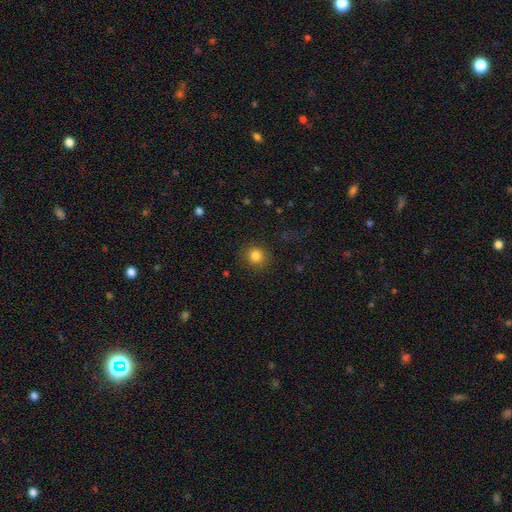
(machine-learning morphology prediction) This appears to be a smooth galaxy with no disk features (83%) that is round (89%). Merging: none (88%).